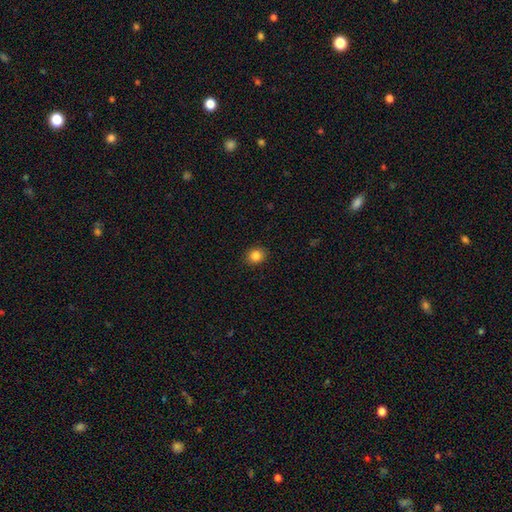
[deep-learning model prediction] smooth 85%, star or artifact 11%, featured or disk 5%. Down the decision tree: how rounded — round (62%); merging — none (89%).